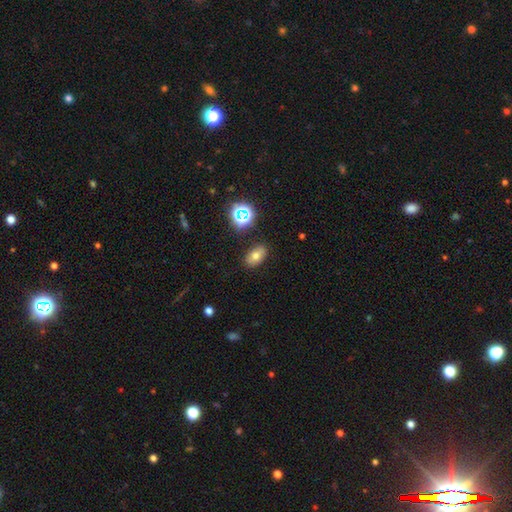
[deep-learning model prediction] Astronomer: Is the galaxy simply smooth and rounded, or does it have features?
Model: smooth — 69%.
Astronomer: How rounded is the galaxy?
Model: in between — 87%.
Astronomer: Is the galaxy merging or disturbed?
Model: none — 85%.